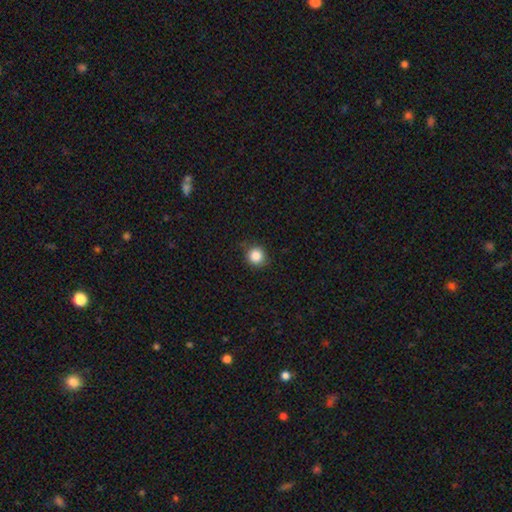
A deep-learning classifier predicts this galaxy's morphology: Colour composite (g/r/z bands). It shows a smooth galaxy with no disk features (86%) that is round (93%). Merging: none (86%).